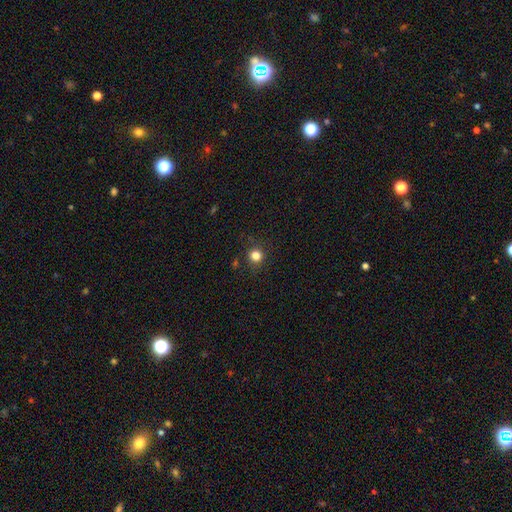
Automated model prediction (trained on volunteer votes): Overall: smooth (81%). How rounded: round (91%). Merging: none (87%).